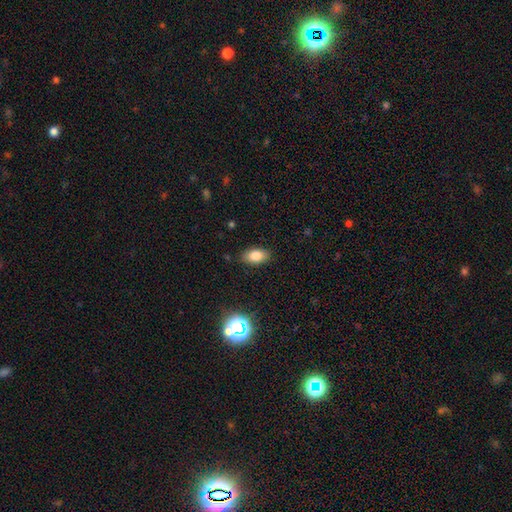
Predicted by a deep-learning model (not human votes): Smooth or featured? Predicted: smooth (p=0.80). How rounded? Predicted: in between (p=0.90). Merging? Predicted: none (p=0.87).